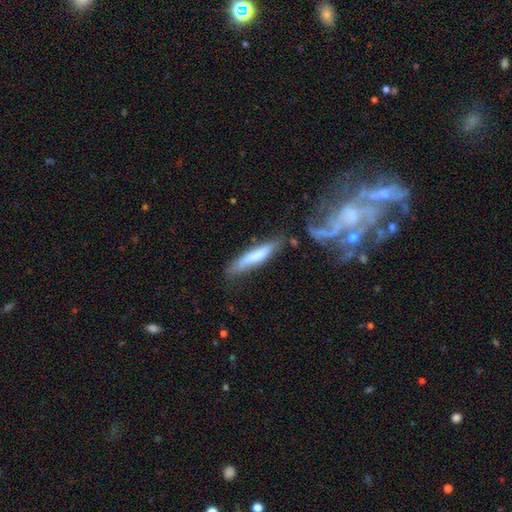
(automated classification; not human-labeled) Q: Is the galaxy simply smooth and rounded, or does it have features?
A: featured or disk — 49%.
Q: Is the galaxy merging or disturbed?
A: none — 61%.